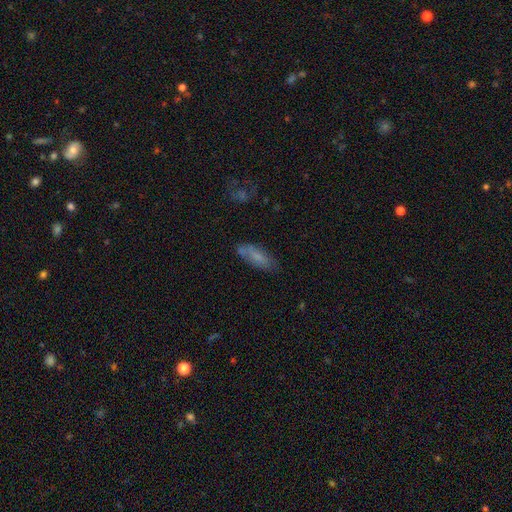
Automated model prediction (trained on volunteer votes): smooth-or-featured: smooth: 71% | featured or disk: 21% | star or artifact: 8%
  how-rounded: in between: 63% | cigar-shaped: 35% | round: 2%
  merging: none: 67% | minor disturbance: 22% | major disturbance: 6% | merger: 6%